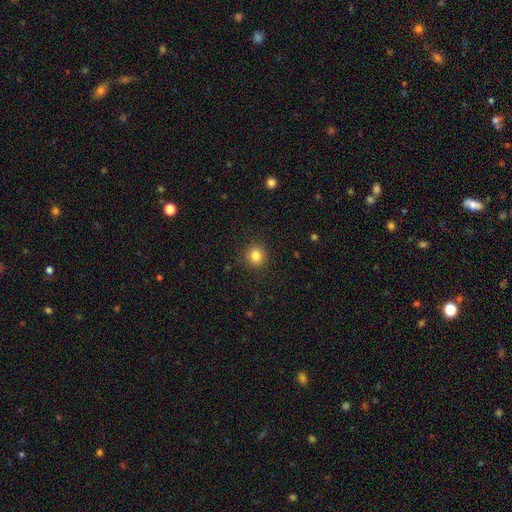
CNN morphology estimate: This appears to be a smooth galaxy with no disk features (83%) that is round (92%). Merging: none (91%).